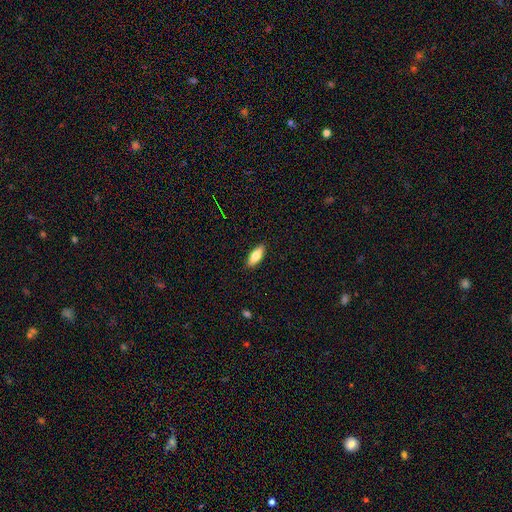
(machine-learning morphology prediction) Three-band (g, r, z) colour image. It shows a smooth galaxy with no disk features (73%) that is in between round and cigar-shaped (69%). Merging: none (90%).